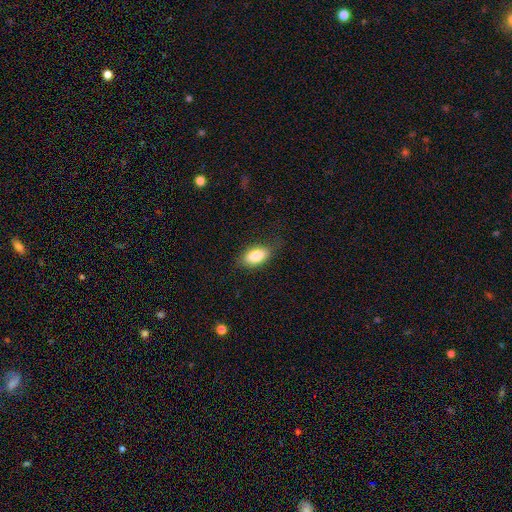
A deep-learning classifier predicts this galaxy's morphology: smooth 84%, featured or disk 9%, star or artifact 7%. Down the decision tree: how rounded — in between (90%); merging — none (72%).